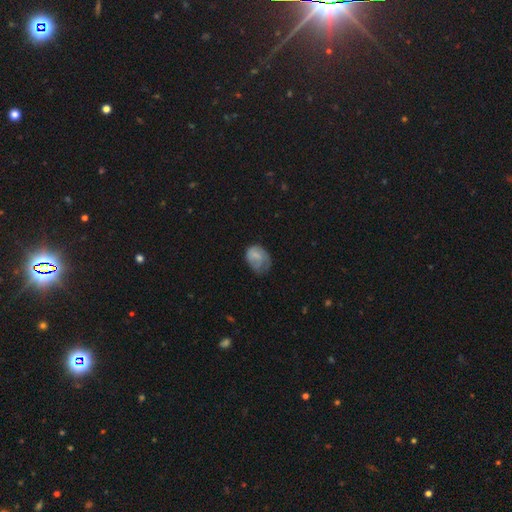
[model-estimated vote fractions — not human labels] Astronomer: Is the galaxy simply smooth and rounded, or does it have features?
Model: smooth — 66%.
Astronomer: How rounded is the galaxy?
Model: in between — 59% (runner-up: round, 40%).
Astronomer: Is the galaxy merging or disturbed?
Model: minor disturbance — 37% (runner-up: none, 34%).